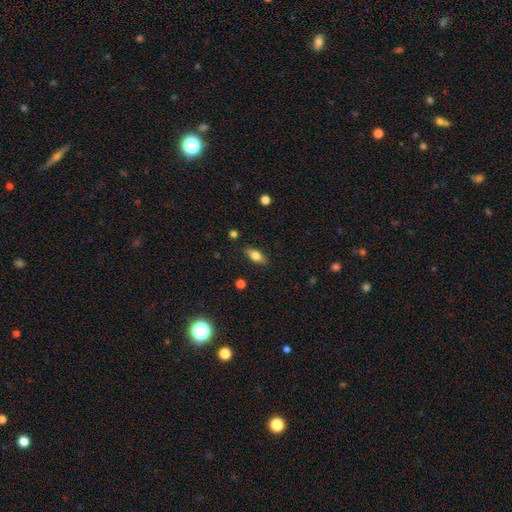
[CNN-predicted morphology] Smooth or featured? Predicted: smooth (p=0.70). How rounded? Predicted: in between (p=0.81). Merging? Predicted: none (p=0.86).